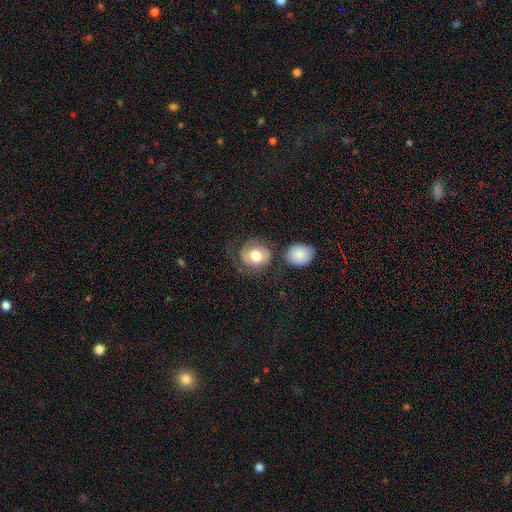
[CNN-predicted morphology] The model was most divided on "merging": none: 50%, minor disturbance: 21%, major disturbance: 18%, merger: 11%. More confident: how rounded — round (73%); smooth or featured — smooth (65%).